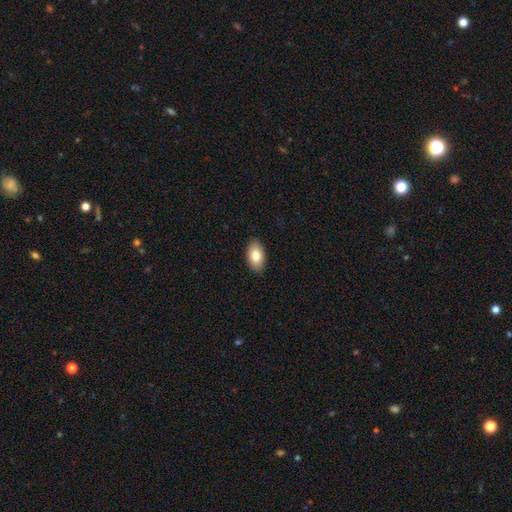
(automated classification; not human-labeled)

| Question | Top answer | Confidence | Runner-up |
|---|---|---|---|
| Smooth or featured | smooth | 80% | featured or disk (13%) |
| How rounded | in between | 93% | round (5%) |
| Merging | none | 89% | minor disturbance (9%) |